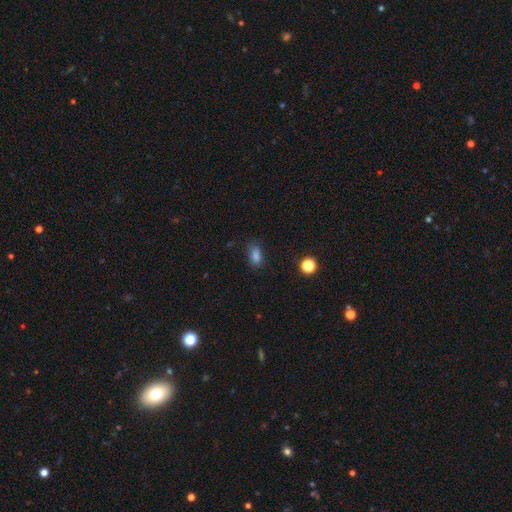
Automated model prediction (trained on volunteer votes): Smooth or featured?
  - smooth: 80% *
  - star or artifact: 14%
  - featured or disk: 6%
How rounded?
  - in between: 82% *
  - round: 12%
  - cigar-shaped: 6%
Merging?
  - none: 69% *
  - minor disturbance: 22%
  - major disturbance: 6%
  - merger: 3%